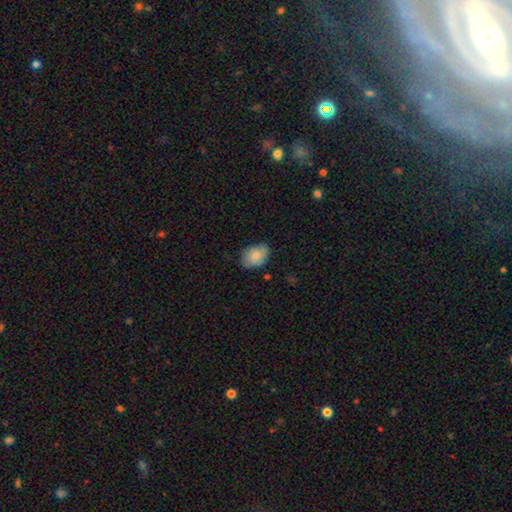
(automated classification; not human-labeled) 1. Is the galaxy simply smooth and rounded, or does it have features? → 80% smooth, 13% featured or disk, 7% star or artifact.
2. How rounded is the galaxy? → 73% in between, 26% round, 1% cigar-shaped.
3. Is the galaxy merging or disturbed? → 72% none, 23% minor disturbance, 4% major disturbance, 1% merger.